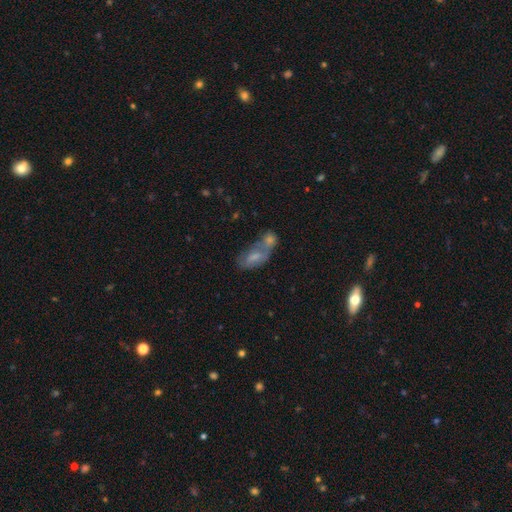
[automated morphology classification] Smooth or featured: smooth — 50% (featured or disk — 37%)
Merging: merger — 62% (none — 21%)